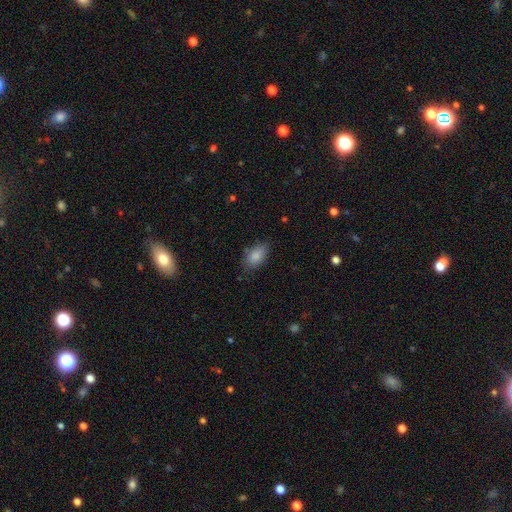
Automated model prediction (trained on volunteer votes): smooth 86%, star or artifact 8%, featured or disk 6%. Down the decision tree: how rounded — in between (90%); merging — none (73%).